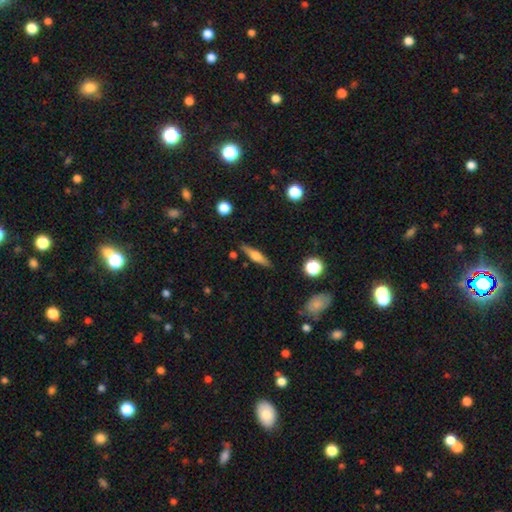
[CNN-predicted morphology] smooth-or-featured: featured or disk: 51% | smooth: 42% | star or artifact: 7%
  disk-edge-on: yes: 95% | no: 5%
  merging: none: 86% | minor disturbance: 10% | major disturbance: 2% | merger: 2%